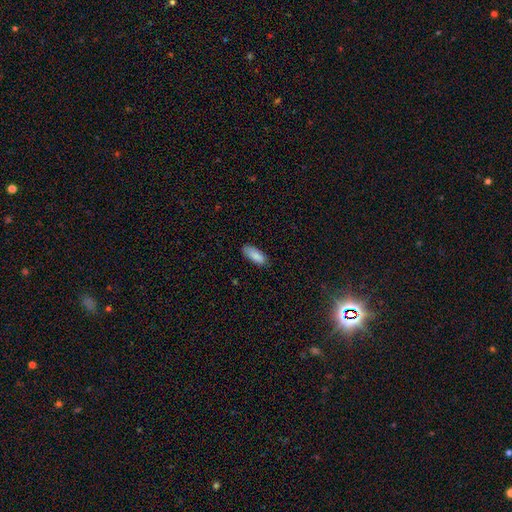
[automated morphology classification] Smooth or featured: smooth — 87% (star or artifact — 6%)
How rounded: in between — 79% (cigar-shaped — 20%)
Merging: none — 80% (minor disturbance — 16%)